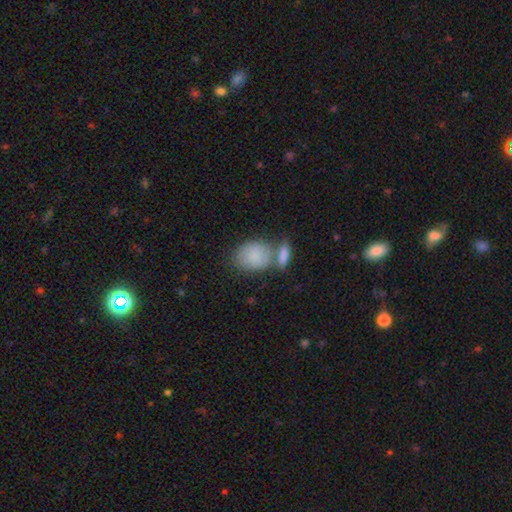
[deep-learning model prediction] Smooth or featured?
  - smooth: 83% *
  - featured or disk: 10%
  - star or artifact: 7%
How rounded?
  - in between: 70% *
  - round: 28%
  - cigar-shaped: 2%
Merging?
  - none: 44% *
  - merger: 35%
  - minor disturbance: 15%
  - major disturbance: 6%